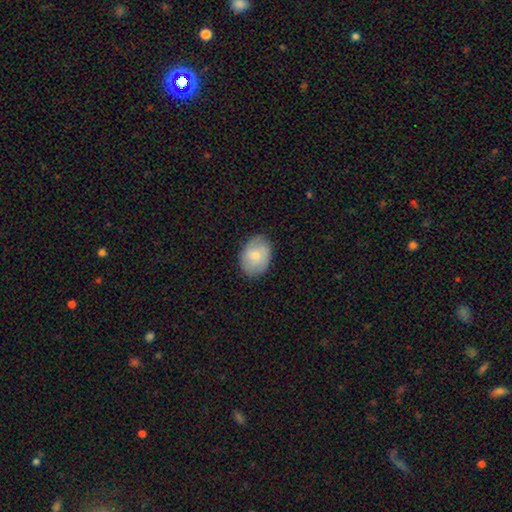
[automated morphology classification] A smooth galaxy with no disk features (71%) that is in between round and cigar-shaped (72%).

Vote fractions:
- Smooth or featured? smooth: 71% / featured or disk: 23% / star or artifact: 6%
- How rounded? in between: 72% / round: 27% / cigar-shaped: 1%
- Merging? none: 83% / minor disturbance: 13% / major disturbance: 3% / merger: 1%